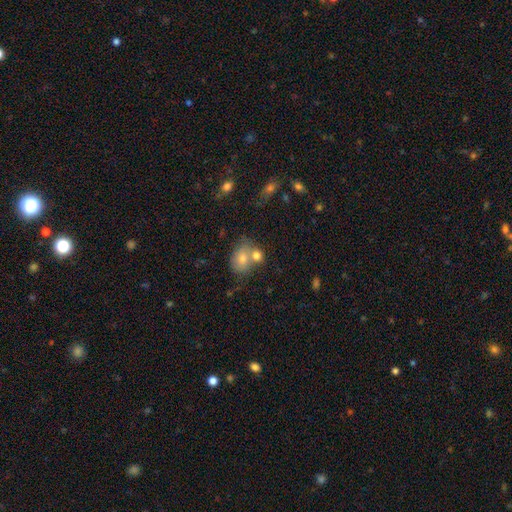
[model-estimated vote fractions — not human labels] Smooth or featured: smooth — 77% (featured or disk — 14%)
How rounded: round — 49% (tied with in between — 49%)
Merging: merger — 50% (none — 36%)